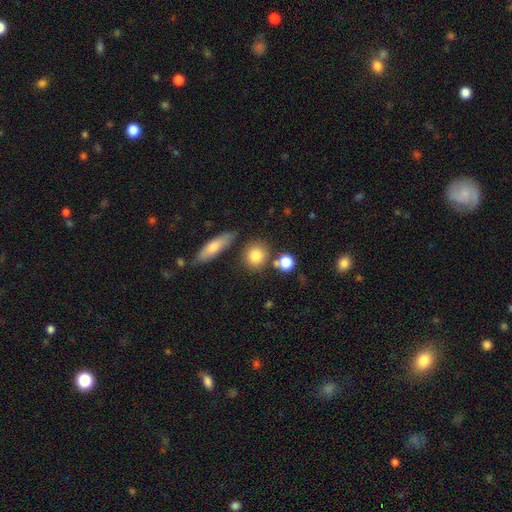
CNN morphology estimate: A smooth galaxy with no disk features (81%) that is round (79%). Merging: none (72%).